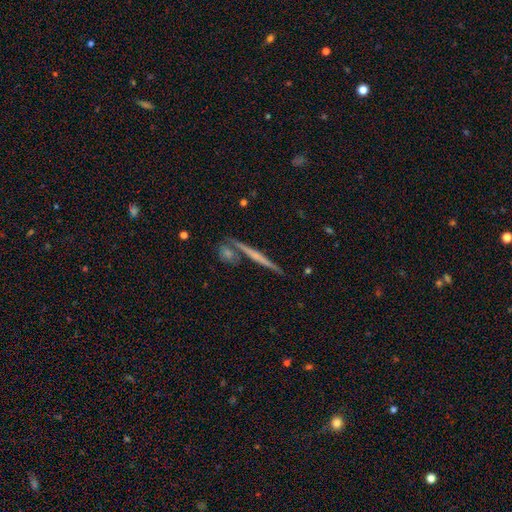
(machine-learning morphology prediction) This is likely a featured or disk galaxy (62%). It is clearly viewed edge-on (97%). Edge-on bulge: likely none (61%). Merging: clearly none (82%).